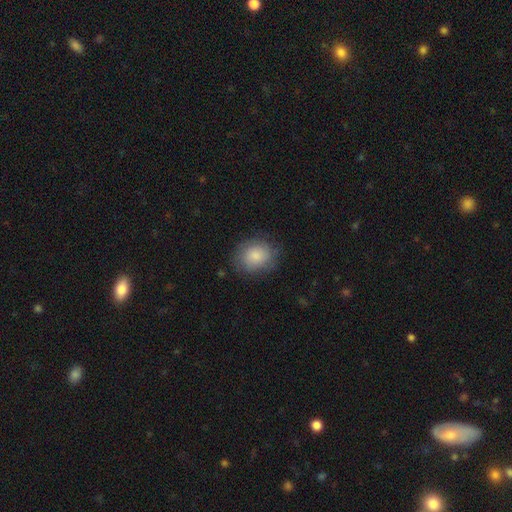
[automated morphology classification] Smooth or featured? smooth (82%)
How rounded? round (68%)
Merging? none (78%)